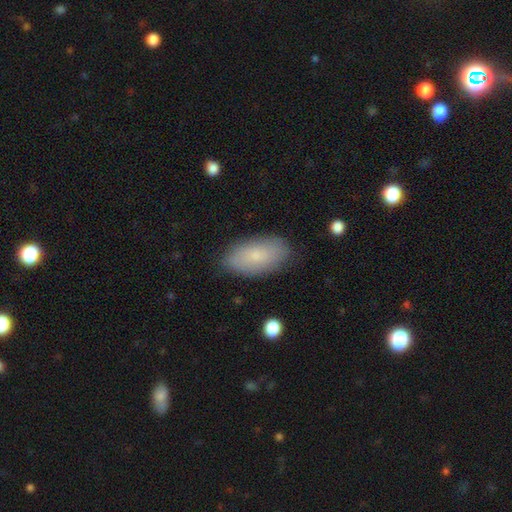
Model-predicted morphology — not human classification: Overall: smooth (77%). How rounded: in between (94%). Merging: none (83%).